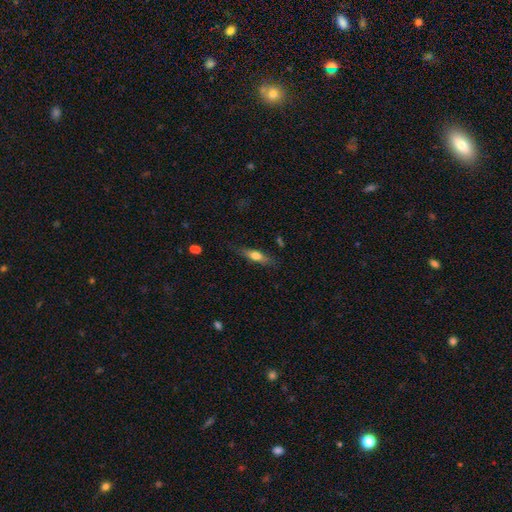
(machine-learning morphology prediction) smooth_or_featured: smooth (p=0.58) [alt: featured or disk p=0.35]
how_rounded: cigar-shaped (p=0.66) [alt: in between p=0.32]
merging: none (p=0.79) [alt: minor disturbance p=0.15]